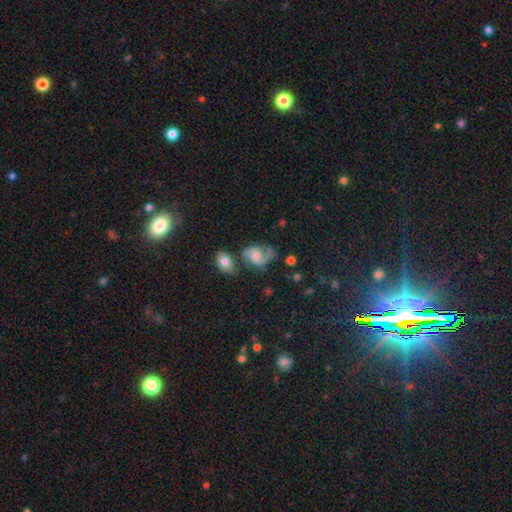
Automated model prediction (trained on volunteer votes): Smooth or featured?
  - featured or disk: 73% *
  - smooth: 17%
  - star or artifact: 10%
Edge-on disk?
  - no: 97% *
  - yes: 3%
Bar?
  - no: 59% *
  - weak: 35%
  - strong: 6%
Spiral arms?
  - yes: 94% *
  - no: 6%
Spiral winding?
  - medium: 54% *
  - loose: 26%
  - tight: 20%
Spiral arm count?
  - 2: 83% *
  - 1: 9%
  - can't tell: 4%
  - 3: 1%
  - 4: 1%
  - more than 4: 1%
Bulge size?
  - moderate: 46% *
  - small: 28%
  - large: 12%
  - none: 11%
  - dominant: 2%
Merging?
  - none: 56% *
  - minor disturbance: 20%
  - major disturbance: 12%
  - merger: 12%